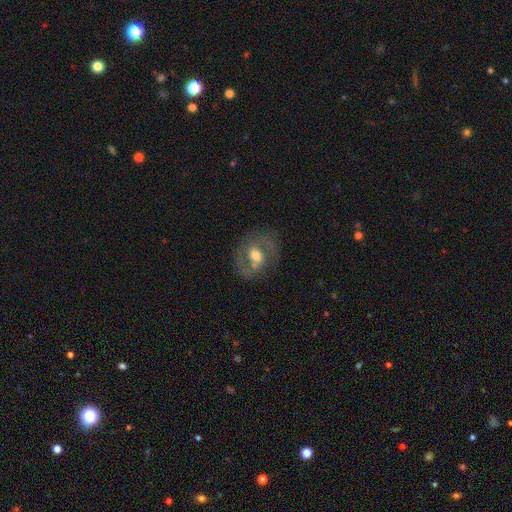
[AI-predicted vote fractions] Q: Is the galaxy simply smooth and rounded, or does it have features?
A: featured or disk — 74%.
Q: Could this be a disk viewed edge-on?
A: no — 96%.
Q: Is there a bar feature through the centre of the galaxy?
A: weak — 45%.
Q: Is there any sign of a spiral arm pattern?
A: yes — 81%.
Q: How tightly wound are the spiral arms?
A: medium — 54%.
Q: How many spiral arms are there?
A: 2 — 85%.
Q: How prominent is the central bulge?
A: moderate — 70%.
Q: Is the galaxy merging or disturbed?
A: none — 69%.